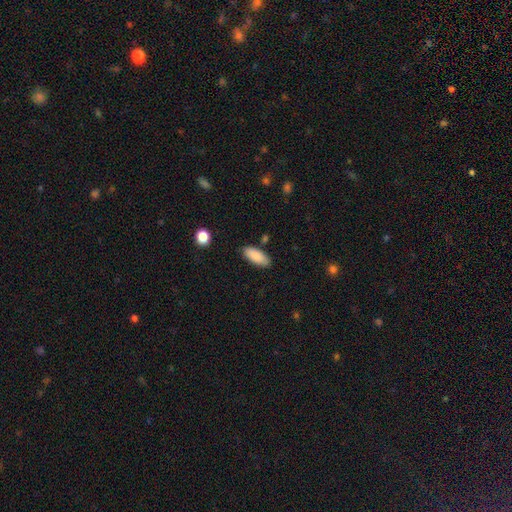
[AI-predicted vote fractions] Morphology: type=smooth (88%); roundness=in between (83%); merging=none (84%).